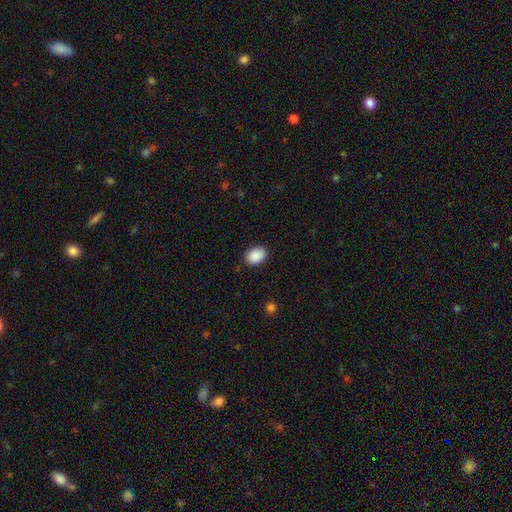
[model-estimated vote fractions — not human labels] smooth 90%, star or artifact 7%, featured or disk 3%. Down the decision tree: how rounded — in between (76%); merging — none (87%).